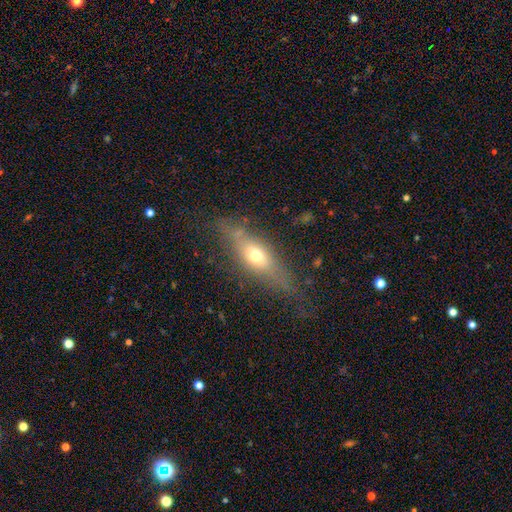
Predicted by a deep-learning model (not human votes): A featured or disk galaxy (48%). Merging: none (69%).